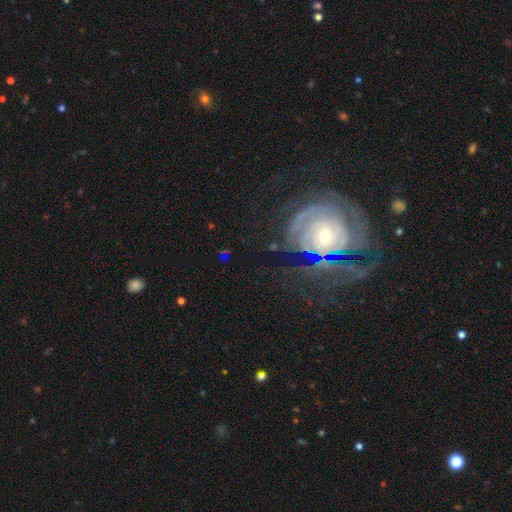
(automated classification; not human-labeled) featured or disk 50%, star or artifact 26%, smooth 24%. Down the decision tree: edge-on disk — no (92%); merging — none (63%).